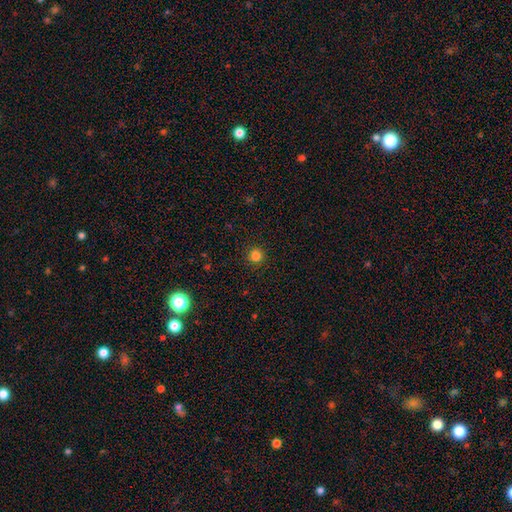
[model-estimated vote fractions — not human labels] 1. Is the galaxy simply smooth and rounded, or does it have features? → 83% smooth, 13% star or artifact, 4% featured or disk.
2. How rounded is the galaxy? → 95% round, 4% in between, 1% cigar-shaped.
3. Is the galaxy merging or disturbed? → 92% none, 5% minor disturbance, 2% major disturbance, 1% merger.